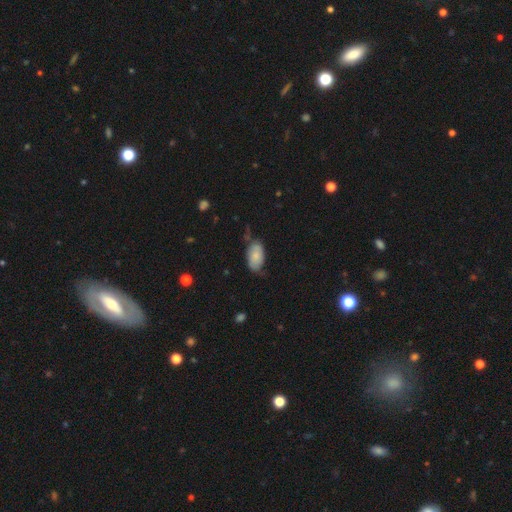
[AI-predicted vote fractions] A smooth galaxy with no disk features (79%) that is in between round and cigar-shaped (95%).

Vote fractions:
- Smooth or featured? smooth: 79% / featured or disk: 14% / star or artifact: 6%
- How rounded? in between: 95% / round: 3% / cigar-shaped: 2%
- Merging? none: 58% / minor disturbance: 31% / major disturbance: 7% / merger: 4%